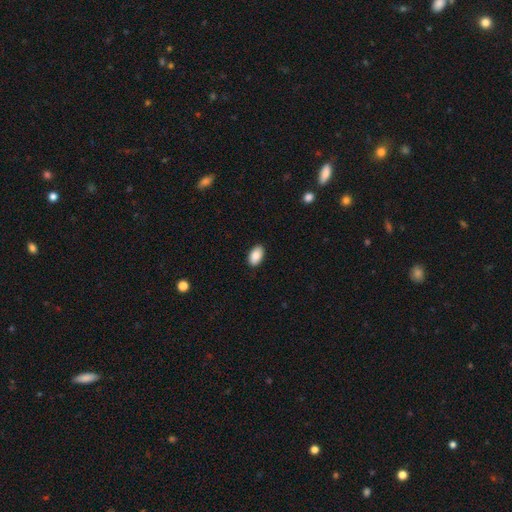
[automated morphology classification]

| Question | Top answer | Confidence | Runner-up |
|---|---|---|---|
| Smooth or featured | smooth | 89% | star or artifact (7%) |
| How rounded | in between | 94% | round (4%) |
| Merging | none | 89% | minor disturbance (8%) |